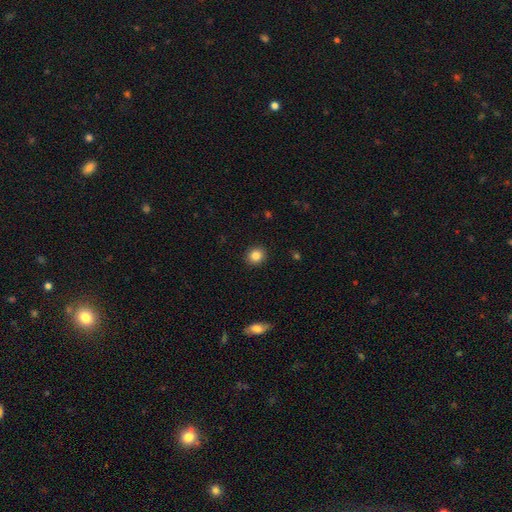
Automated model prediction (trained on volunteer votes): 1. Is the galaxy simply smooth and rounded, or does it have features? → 85% smooth, 10% star or artifact, 5% featured or disk.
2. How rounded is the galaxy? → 85% round, 14% in between, 1% cigar-shaped.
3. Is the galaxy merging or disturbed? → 92% none, 5% minor disturbance, 2% major disturbance, 1% merger.